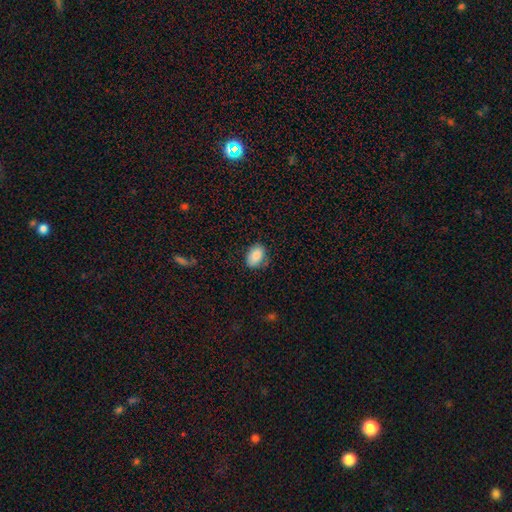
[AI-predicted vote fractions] Smooth or featured? smooth (86%)
How rounded? in between (86%)
Merging? none (73%)